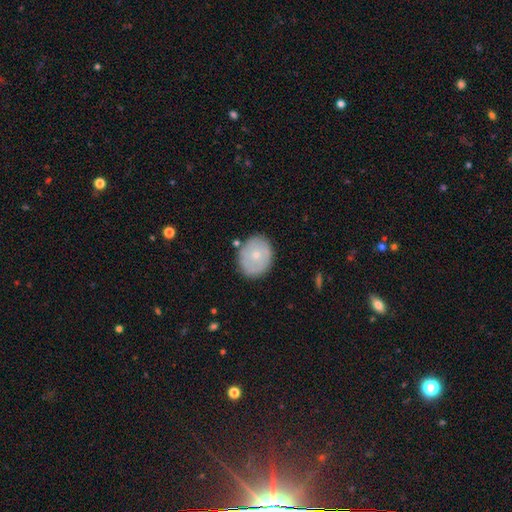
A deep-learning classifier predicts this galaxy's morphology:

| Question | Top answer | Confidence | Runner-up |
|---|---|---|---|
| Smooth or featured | smooth | 63% | featured or disk (31%) |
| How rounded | round | 61% | in between (39%) |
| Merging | none | 80% | minor disturbance (14%) |